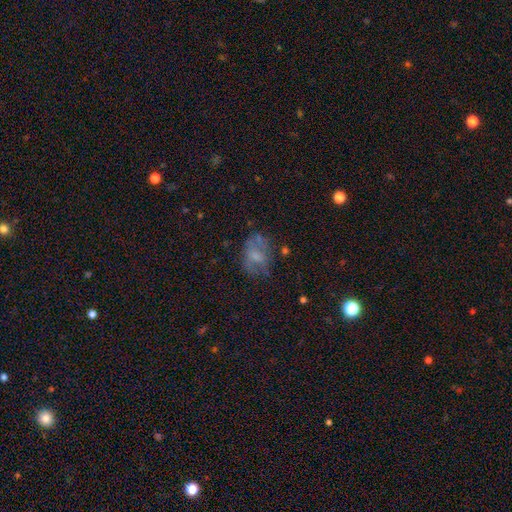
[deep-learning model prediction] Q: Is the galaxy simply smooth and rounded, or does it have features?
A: smooth — 46%.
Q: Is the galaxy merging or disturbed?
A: none — 48%.